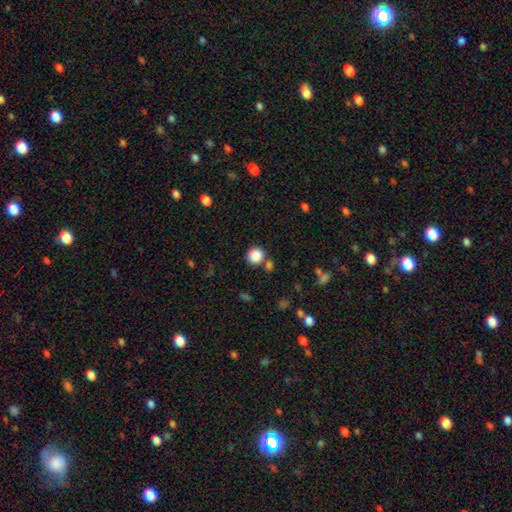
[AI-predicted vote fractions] Q: Smooth or featured?
A: smooth (86%); runner-up: star or artifact (10%)
Q: How rounded?
A: round (90%); runner-up: in between (9%)
Q: Merging?
A: none (77%); runner-up: merger (11%)